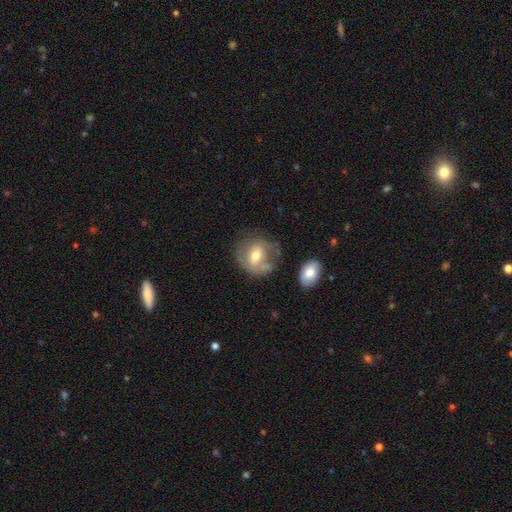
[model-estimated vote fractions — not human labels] smooth-or-featured: smooth: 52% | featured or disk: 41% | star or artifact: 8%
  how-rounded: round: 65% | in between: 34% | cigar-shaped: 1%
  merging: none: 47% | minor disturbance: 25% | major disturbance: 19% | merger: 9%